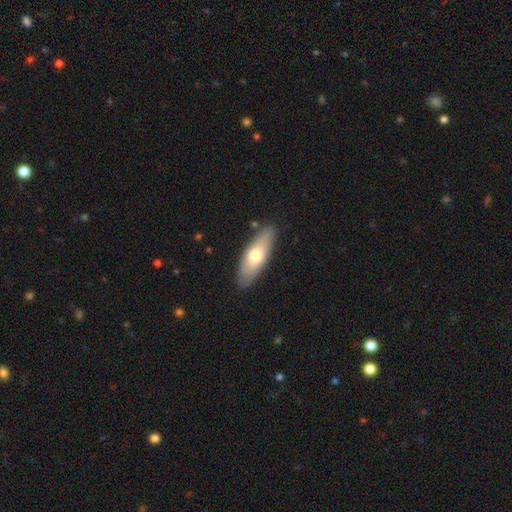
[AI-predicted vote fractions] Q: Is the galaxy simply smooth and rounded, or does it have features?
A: smooth — 64%.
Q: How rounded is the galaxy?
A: in between — 62%.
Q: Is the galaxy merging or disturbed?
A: none — 85%.